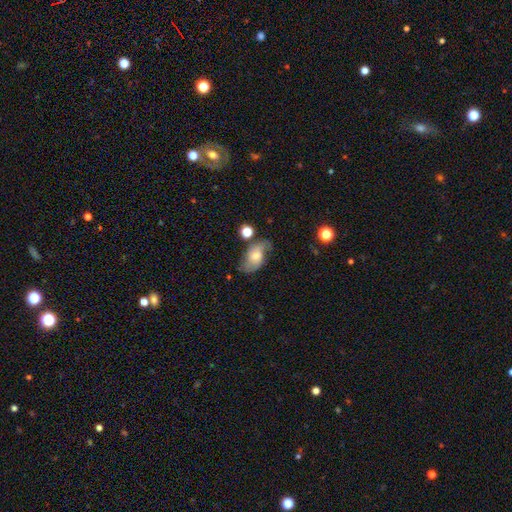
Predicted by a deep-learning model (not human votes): This is possibly a featured or disk galaxy (51%). It is clearly not viewed edge-on (94%). Merging: possibly none (56%).